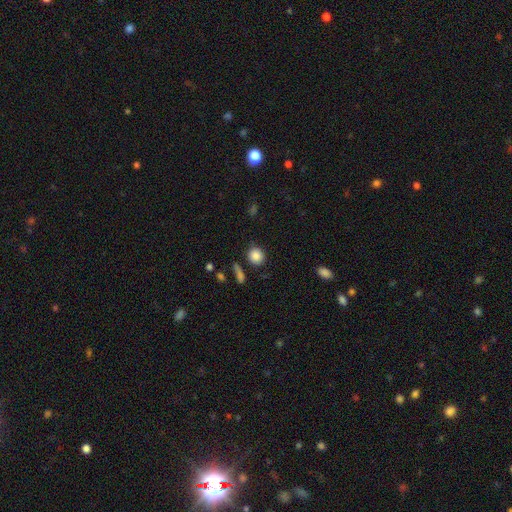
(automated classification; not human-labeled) The model was most divided on "merging": none: 81%, minor disturbance: 11%, merger: 5%, major disturbance: 4%. More confident: smooth or featured — smooth (85%); how rounded — round (84%).